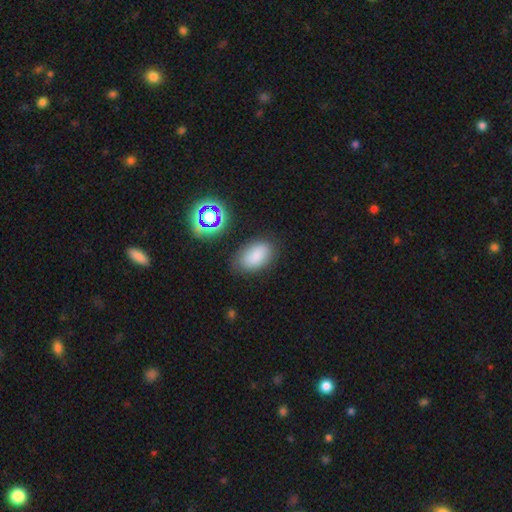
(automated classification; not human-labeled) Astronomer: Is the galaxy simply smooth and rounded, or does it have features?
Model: smooth — 80%.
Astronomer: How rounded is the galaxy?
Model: in between — 91%.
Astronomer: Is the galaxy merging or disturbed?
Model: none — 79%.